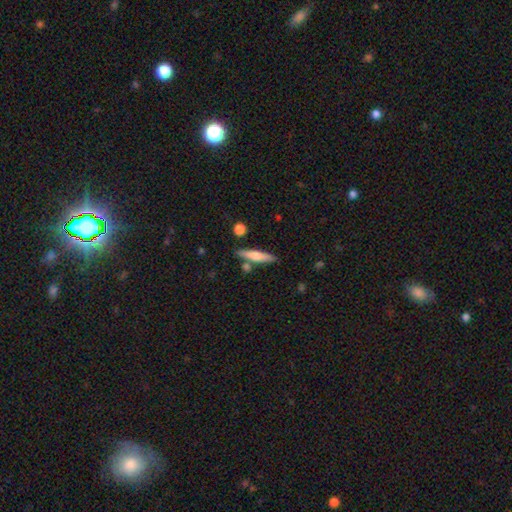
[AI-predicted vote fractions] Morphology: type=smooth (58%); roundness=cigar-shaped (86%); merging=none (79%).